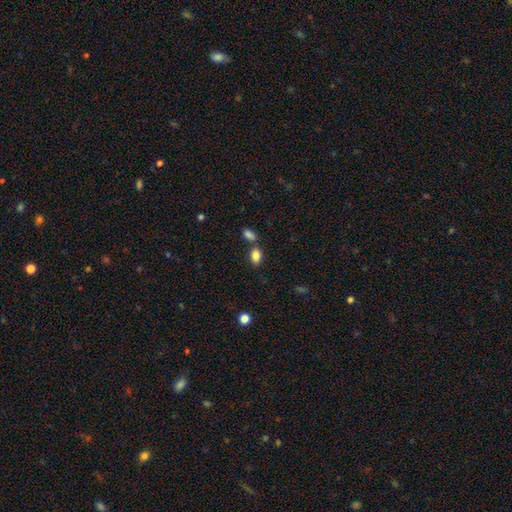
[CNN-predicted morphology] This is clearly a smooth galaxy (84%). How rounded: clearly in between (88%). Merging: likely none (66%).